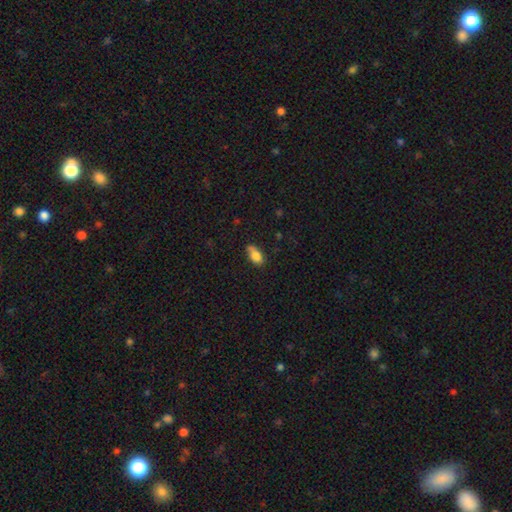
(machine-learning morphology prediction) A smooth galaxy with no disk features (81%) that is in between round and cigar-shaped (89%). Merging: none (63%).